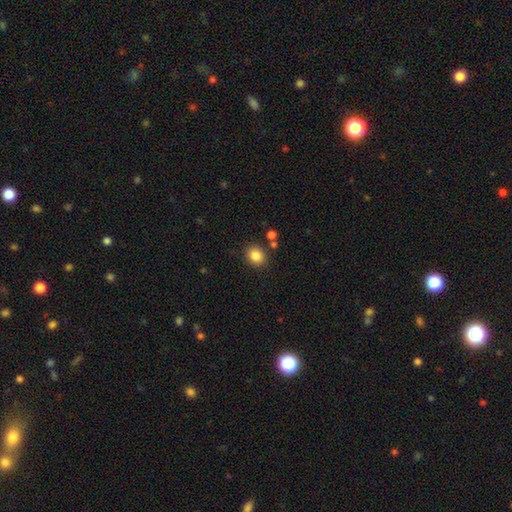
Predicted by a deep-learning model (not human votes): A smooth galaxy with no disk features (85%) that is round (64%).

Vote fractions:
- Smooth or featured? smooth: 85% / star or artifact: 10% / featured or disk: 5%
- How rounded? round: 64% / in between: 35% / cigar-shaped: 1%
- Merging? none: 84% / minor disturbance: 9% / merger: 5% / major disturbance: 3%